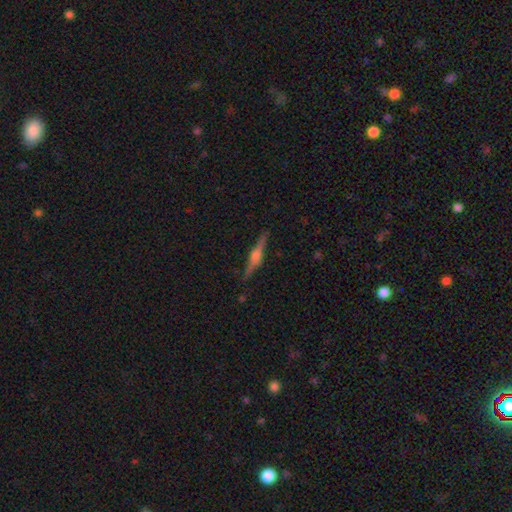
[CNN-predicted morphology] Overall: featured or disk (80%). Edge-on disk: yes (98%). Edge-on bulge: rounded (86%). Merging: none (89%).